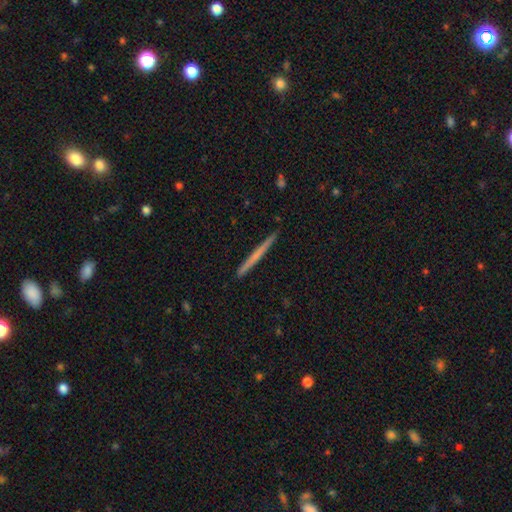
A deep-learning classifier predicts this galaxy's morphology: Smooth or featured: smooth — 51% (featured or disk — 44%)
How rounded: cigar-shaped — 97% (in between — 2%)
Merging: none — 92% (minor disturbance — 6%)